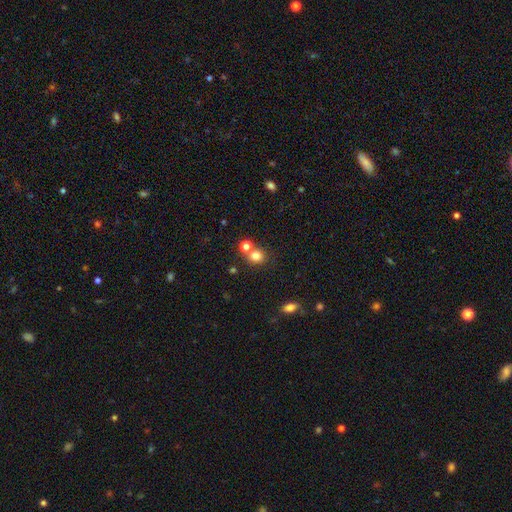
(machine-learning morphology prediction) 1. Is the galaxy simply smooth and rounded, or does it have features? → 77% smooth, 15% star or artifact, 8% featured or disk.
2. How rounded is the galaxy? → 84% round, 15% in between, 1% cigar-shaped.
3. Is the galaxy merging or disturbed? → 61% none, 28% merger, 8% minor disturbance, 3% major disturbance.